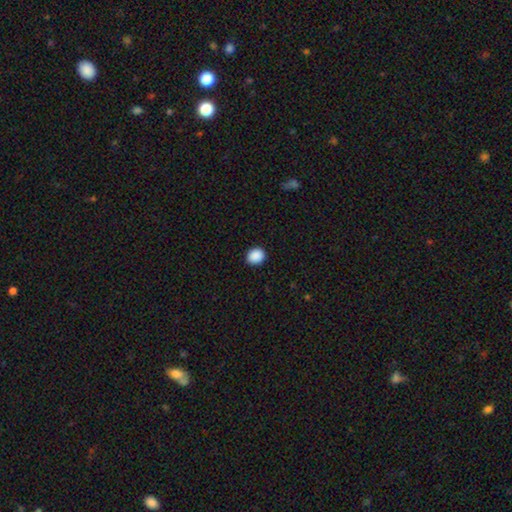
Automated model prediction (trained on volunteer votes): This appears to be a smooth galaxy with no disk features (90%) that is round (61%). Merging: none (90%).